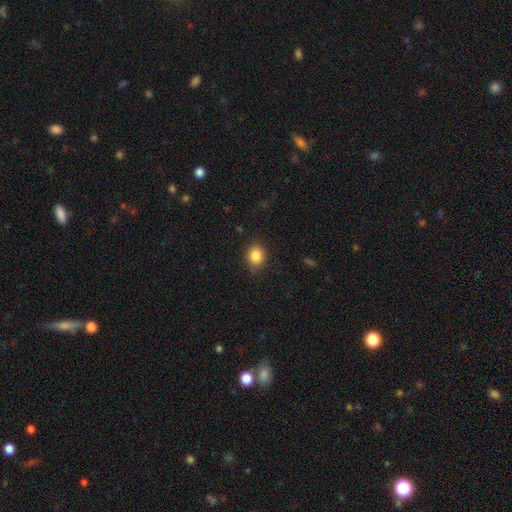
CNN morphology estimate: This is clearly a smooth galaxy (85%). How rounded: possibly round (52%). Merging: clearly none (82%).